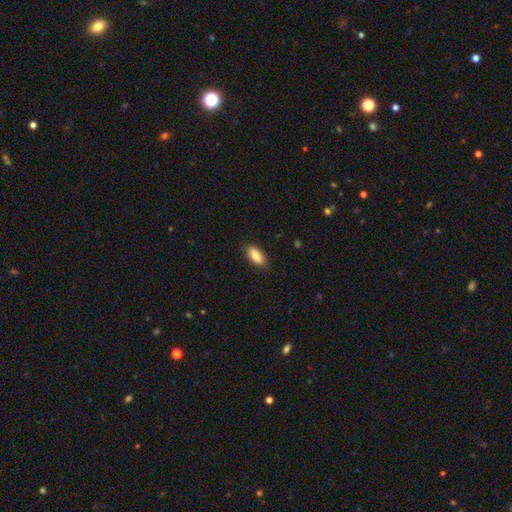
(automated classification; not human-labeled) This is clearly a smooth galaxy (86%). How rounded: clearly in between (83%). Merging: clearly none (87%).